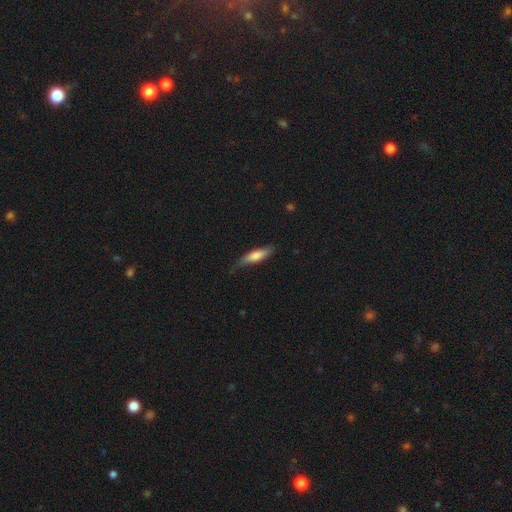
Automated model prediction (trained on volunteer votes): The model was most divided on "how rounded": cigar-shaped: 70%, in between: 28%, round: 2%. More confident: merging — none (70%); smooth or featured — smooth (70%).